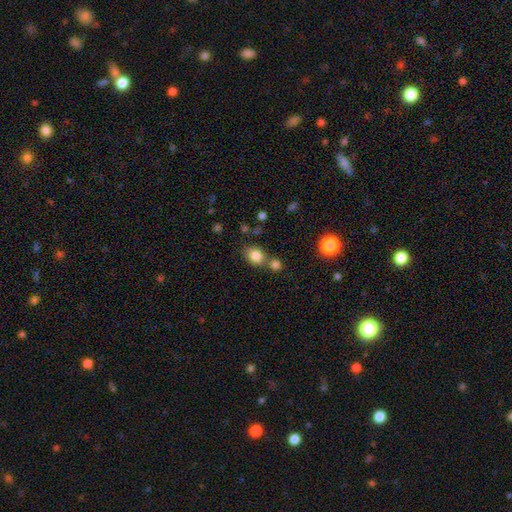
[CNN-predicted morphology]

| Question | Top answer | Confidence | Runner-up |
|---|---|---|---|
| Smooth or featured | smooth | 83% | star or artifact (11%) |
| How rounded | in between | 51% | round (47%) |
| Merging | none | 56% | merger (30%) |